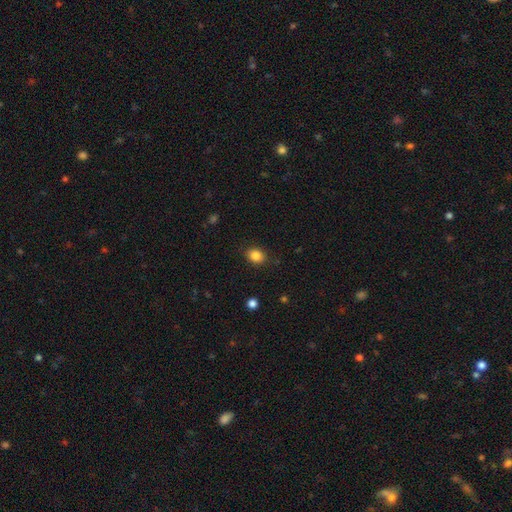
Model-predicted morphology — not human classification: A smooth galaxy with no disk features (85%) that is round (52%). Merging: none (85%).